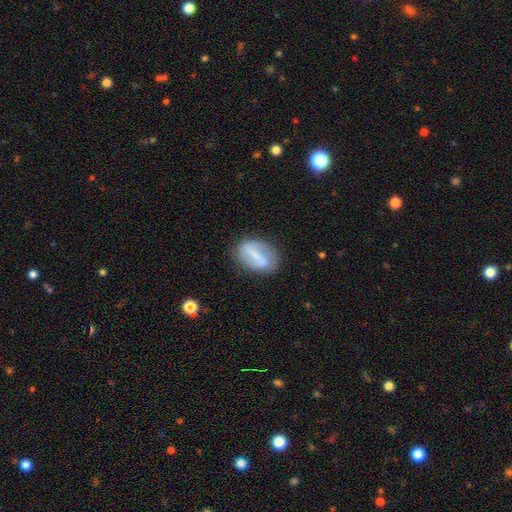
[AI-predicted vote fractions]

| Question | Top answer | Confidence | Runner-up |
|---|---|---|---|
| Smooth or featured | featured or disk | 48% | smooth (44%) |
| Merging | none | 75% | minor disturbance (17%) |